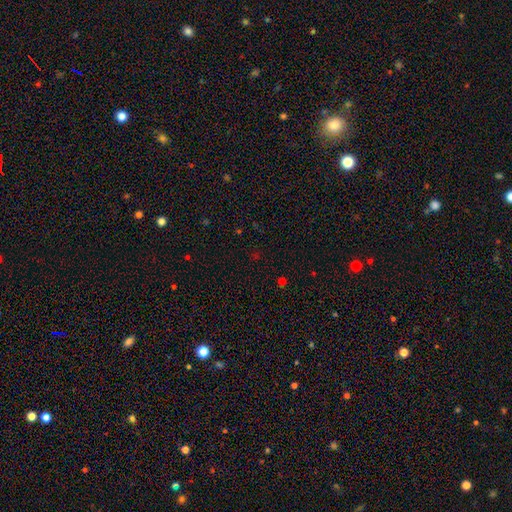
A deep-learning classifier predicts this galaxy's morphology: A star or artifact, not a galaxy (61%).

Vote fractions:
- Smooth or featured? star or artifact: 61% / smooth: 32% / featured or disk: 7%